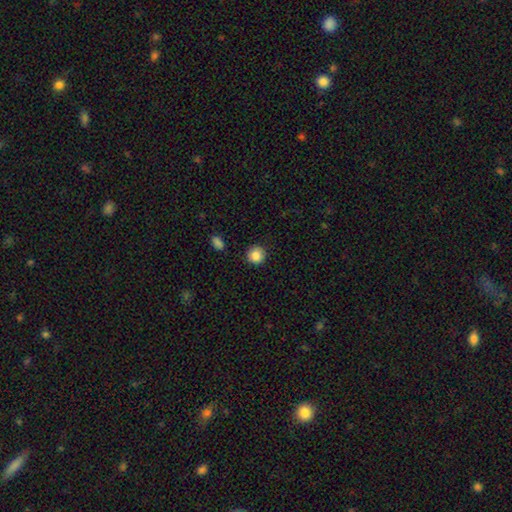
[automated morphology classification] smooth-or-featured: smooth: 87% | star or artifact: 9% | featured or disk: 4%
  how-rounded: round: 92% | in between: 7% | cigar-shaped: 1%
  merging: none: 87% | minor disturbance: 9% | major disturbance: 2% | merger: 2%